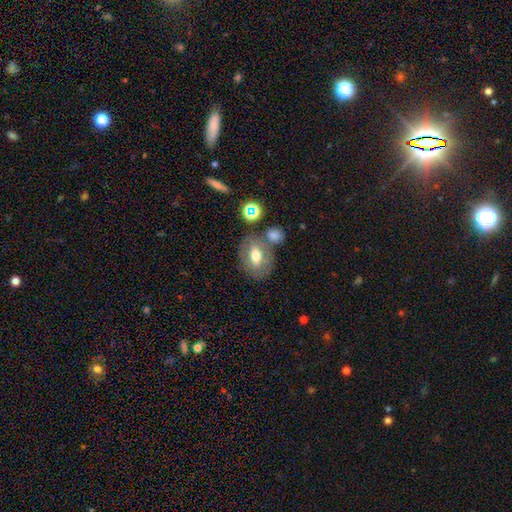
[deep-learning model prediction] The model was most divided on "smooth or featured": smooth: 57%, featured or disk: 32%, star or artifact: 11%. More confident: how rounded — in between (66%); merging — none (62%).